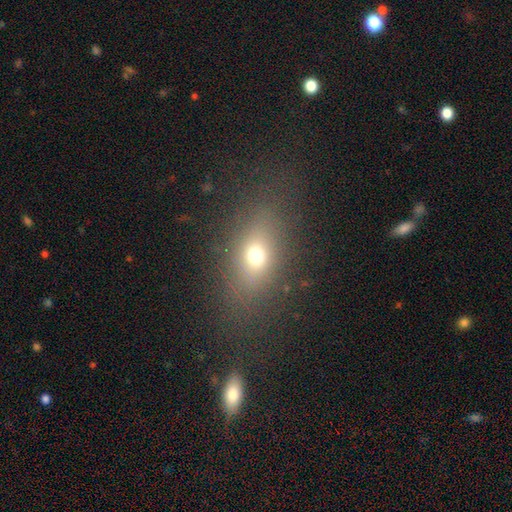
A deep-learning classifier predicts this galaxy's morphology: smooth 68%, star or artifact 18%, featured or disk 15%. Down the decision tree: how rounded — in between (68%); merging — none (80%).